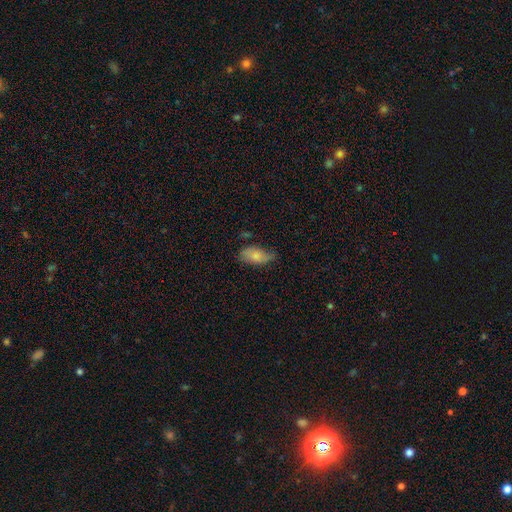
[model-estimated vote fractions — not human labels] The model was most divided on "merging": none: 58%, minor disturbance: 32%, major disturbance: 8%, merger: 2%. More confident: how rounded — in between (92%); smooth or featured — smooth (74%).